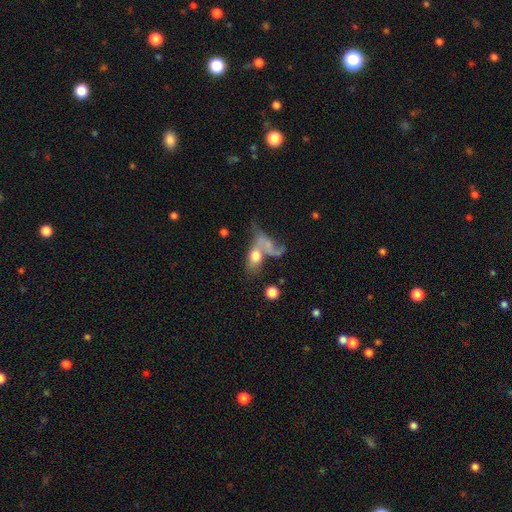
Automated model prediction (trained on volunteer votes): smooth_or_featured: smooth (p=0.38) [alt: featured or disk p=0.36]
merging: merger (p=0.38) [alt: none p=0.37]